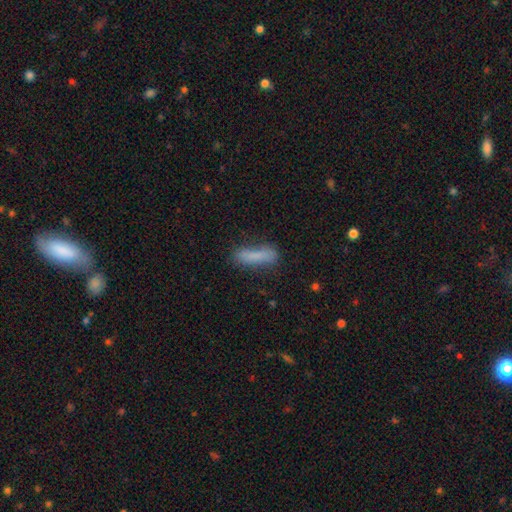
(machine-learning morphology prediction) Smooth or featured: smooth — 79% (featured or disk — 13%)
How rounded: cigar-shaped — 73% (in between — 25%)
Merging: none — 69% (minor disturbance — 21%)